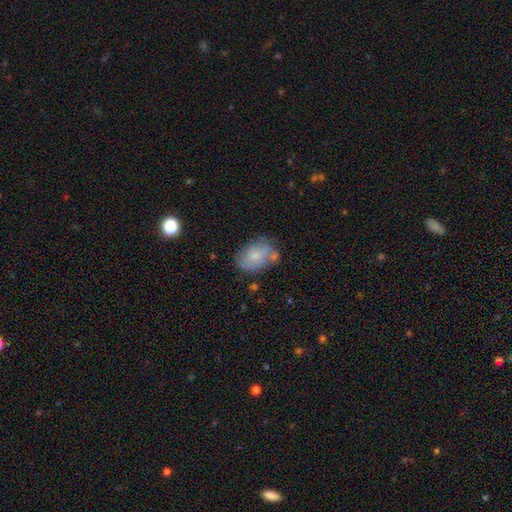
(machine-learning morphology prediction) Q: Smooth or featured?
A: smooth (64%); runner-up: featured or disk (28%)
Q: How rounded?
A: in between (80%); runner-up: round (19%)
Q: Merging?
A: none (60%); runner-up: minor disturbance (24%)